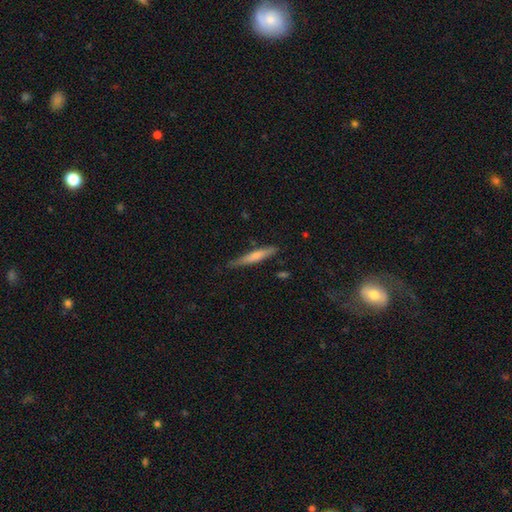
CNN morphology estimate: smooth 62%, featured or disk 32%, star or artifact 6%. Down the decision tree: how rounded — cigar-shaped (93%); merging — none (76%).